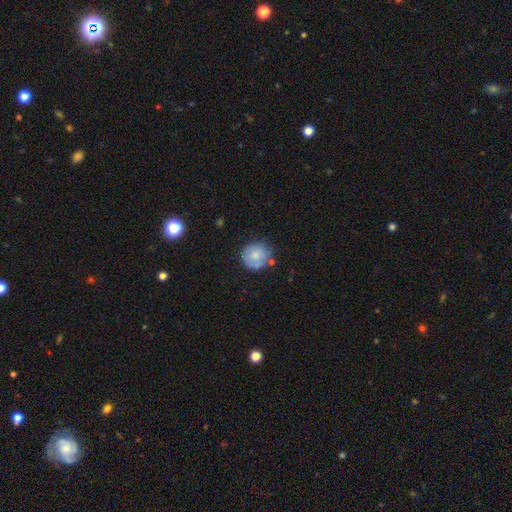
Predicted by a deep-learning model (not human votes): smooth-or-featured: smooth: 74% | featured or disk: 18% | star or artifact: 7%
  how-rounded: round: 91% | in between: 8% | cigar-shaped: 1%
  merging: none: 68% | minor disturbance: 21% | merger: 6% | major disturbance: 5%